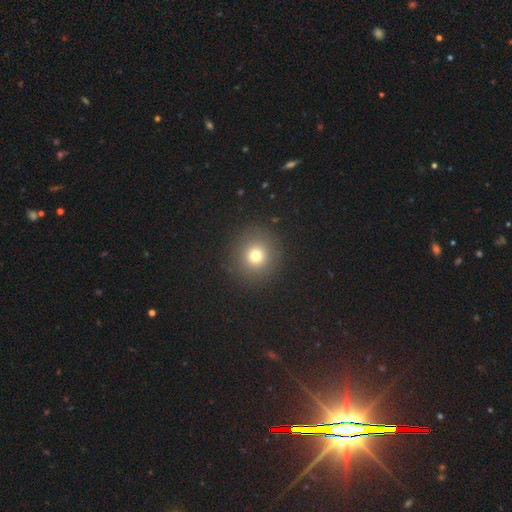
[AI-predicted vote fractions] Q: Smooth or featured?
A: smooth (74%); runner-up: star or artifact (16%)
Q: How rounded?
A: round (93%); runner-up: in between (6%)
Q: Merging?
A: none (90%); runner-up: minor disturbance (6%)